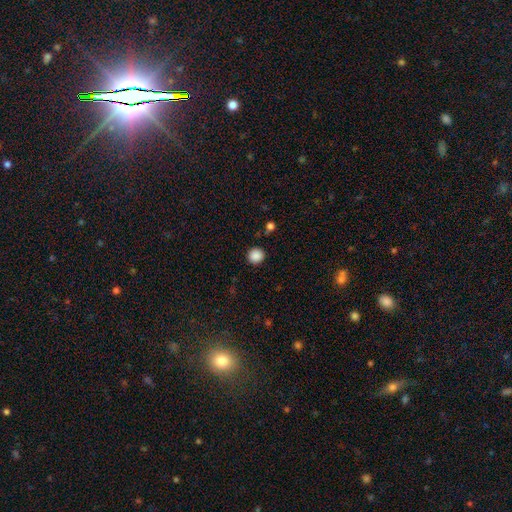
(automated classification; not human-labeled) Smooth or featured?
  - smooth: 88% *
  - star or artifact: 10%
  - featured or disk: 2%
How rounded?
  - round: 94% *
  - in between: 5%
  - cigar-shaped: 1%
Merging?
  - none: 90% *
  - minor disturbance: 6%
  - major disturbance: 2%
  - merger: 2%